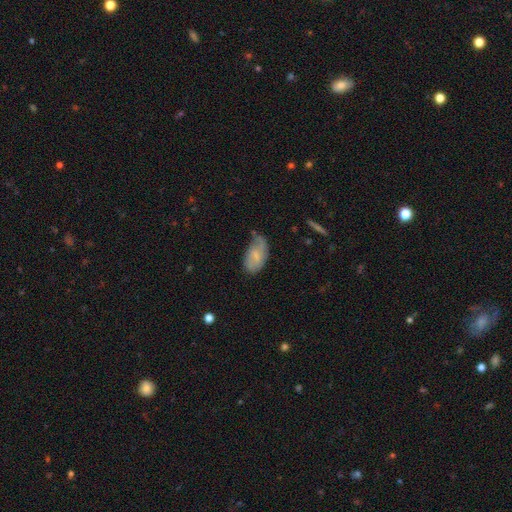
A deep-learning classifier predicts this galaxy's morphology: Q: Smooth or featured?
A: smooth (53%); runner-up: featured or disk (39%)
Q: How rounded?
A: in between (93%); runner-up: round (4%)
Q: Merging?
A: none (45%); runner-up: minor disturbance (39%)